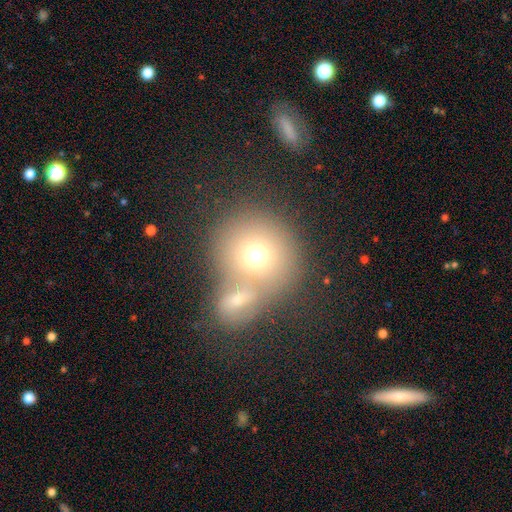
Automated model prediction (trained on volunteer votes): A smooth galaxy with no disk features (69%) that is round (85%). Merging: merger (47%).